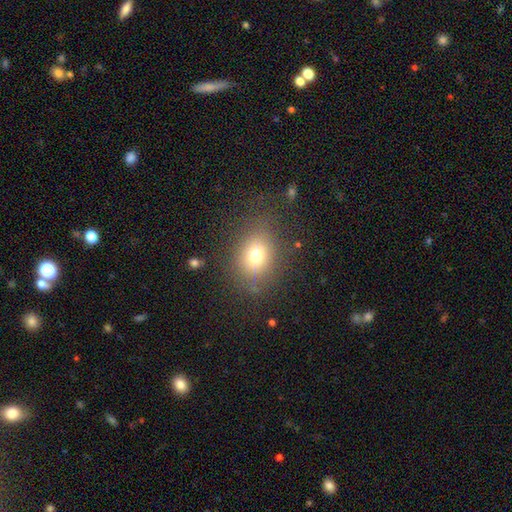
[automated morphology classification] The model was most divided on "how rounded": round: 57%, in between: 41%, cigar-shaped: 1%. More confident: merging — none (77%); smooth or featured — smooth (70%).